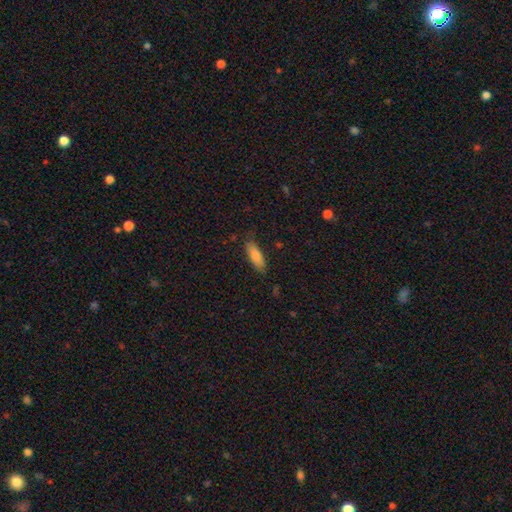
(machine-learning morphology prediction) This appears to be a smooth galaxy with no disk features (85%) that is in between round and cigar-shaped (61%). Merging: none (81%).